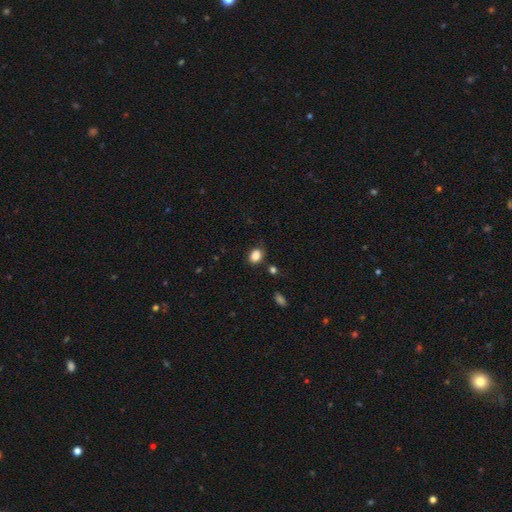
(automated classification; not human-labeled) smooth-or-featured: smooth: 86% | star or artifact: 10% | featured or disk: 4%
  how-rounded: in between: 62% | round: 37% | cigar-shaped: 1%
  merging: none: 76% | minor disturbance: 17% | major disturbance: 4% | merger: 3%